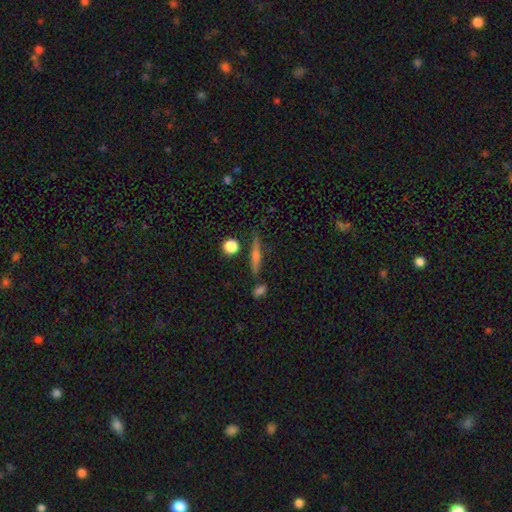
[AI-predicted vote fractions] smooth_or_featured: smooth (p=0.46) [alt: featured or disk p=0.45]
merging: none (p=0.79) [alt: minor disturbance p=0.11]